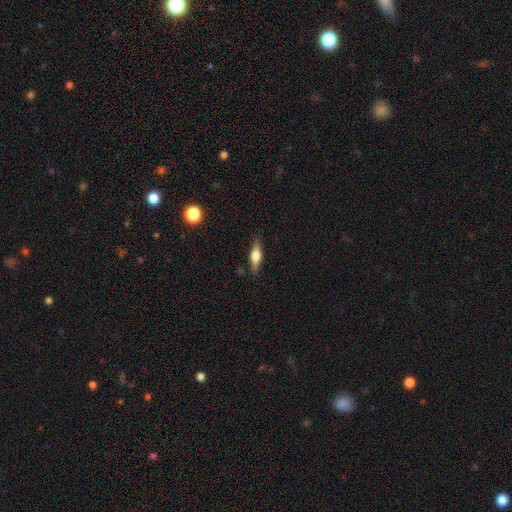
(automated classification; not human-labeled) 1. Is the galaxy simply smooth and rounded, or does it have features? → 48% smooth, 45% featured or disk, 7% star or artifact.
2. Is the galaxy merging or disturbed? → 86% none, 10% minor disturbance, 2% major disturbance, 1% merger.